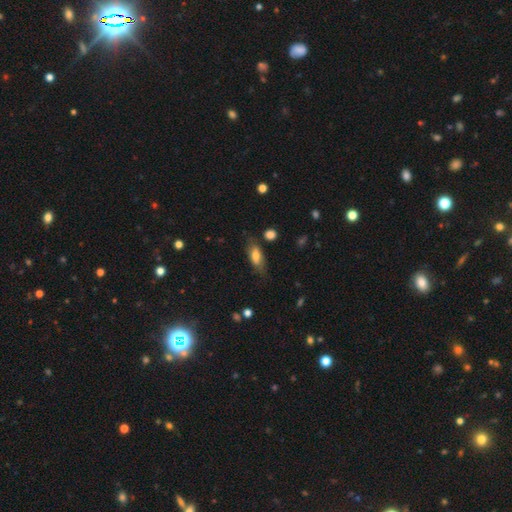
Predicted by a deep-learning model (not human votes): A smooth galaxy with no disk features (68%) that is in between round and cigar-shaped (74%).

Vote fractions:
- Smooth or featured? smooth: 68% / featured or disk: 25% / star or artifact: 7%
- How rounded? in between: 74% / cigar-shaped: 23% / round: 3%
- Merging? none: 67% / minor disturbance: 23% / major disturbance: 7% / merger: 3%